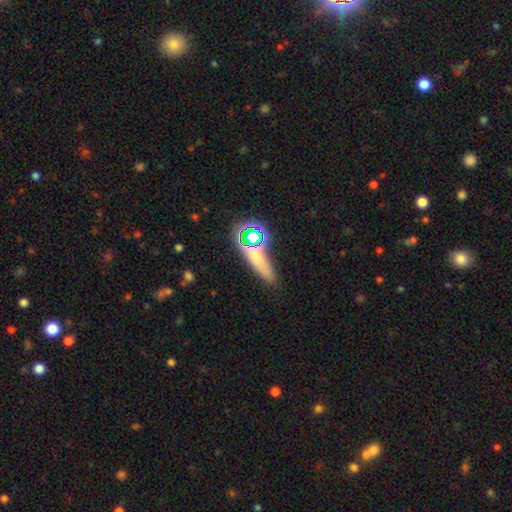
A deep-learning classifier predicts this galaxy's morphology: smooth-or-featured: smooth: 54% | star or artifact: 29% | featured or disk: 17%
  how-rounded: cigar-shaped: 54% | in between: 32% | round: 14%
  merging: none: 67% | minor disturbance: 15% | merger: 11% | major disturbance: 7%